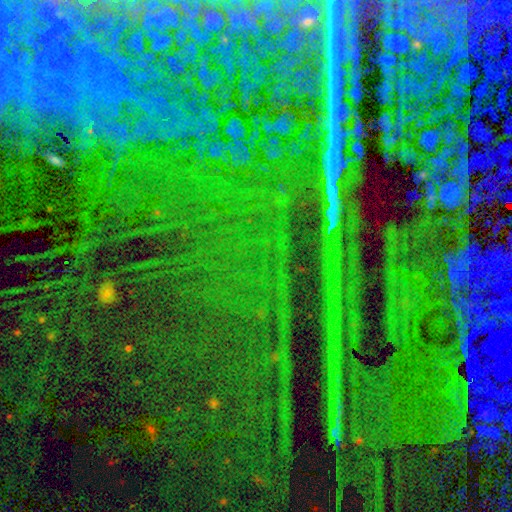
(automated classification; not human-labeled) Morphology: type=star or artifact (87%).